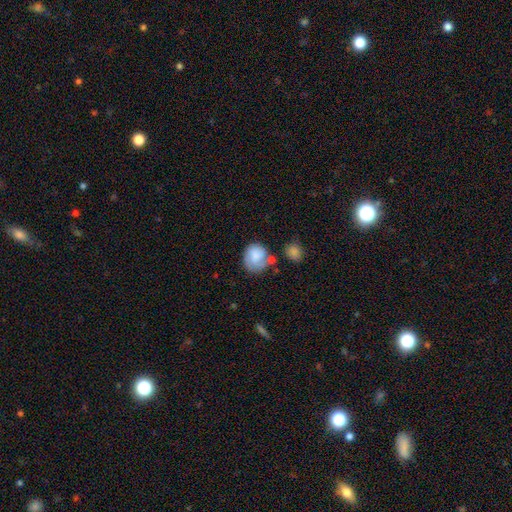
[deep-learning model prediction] Smooth or featured? Predicted: smooth (p=0.74). How rounded? Predicted: round (p=0.72). Merging? Predicted: none (p=0.47).